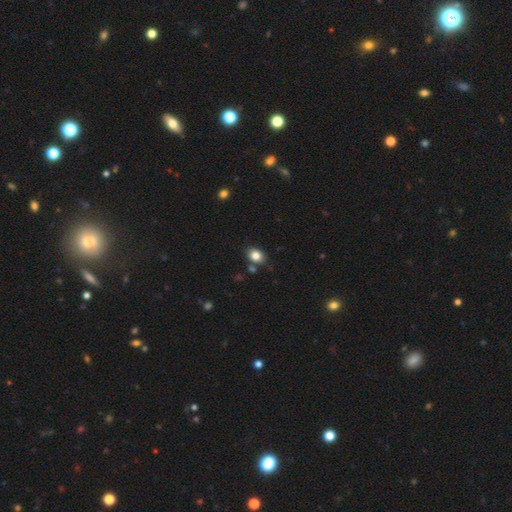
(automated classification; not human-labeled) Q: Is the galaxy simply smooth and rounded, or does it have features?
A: smooth — 83%.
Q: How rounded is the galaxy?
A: in between — 60%.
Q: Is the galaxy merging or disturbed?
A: none — 78%.